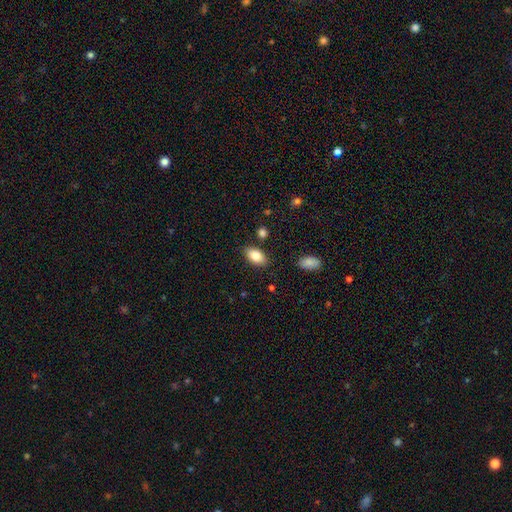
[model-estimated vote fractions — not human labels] This is clearly a smooth galaxy (83%). How rounded: clearly in between (92%). Merging: clearly none (84%).